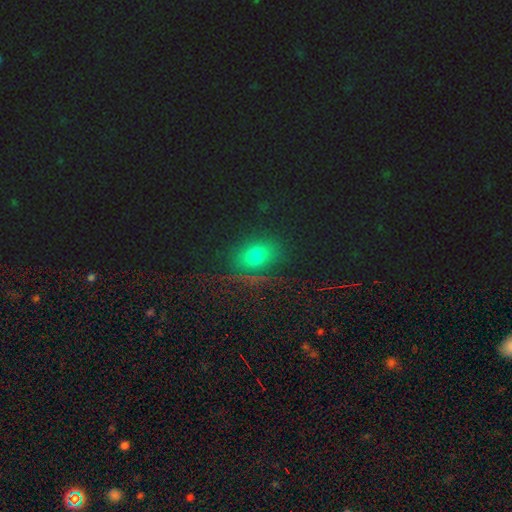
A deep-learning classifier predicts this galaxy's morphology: smooth_or_featured: smooth (p=0.66) [alt: star or artifact p=0.26]
how_rounded: in between (p=0.60) [alt: round p=0.37]
merging: none (p=0.80) [alt: minor disturbance p=0.12]